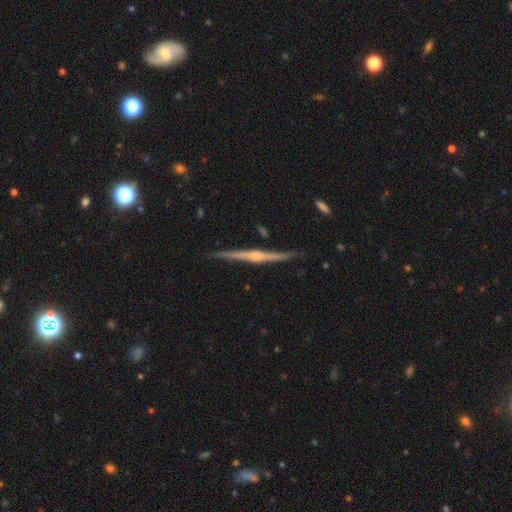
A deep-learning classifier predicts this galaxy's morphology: This appears to be a featured or disk galaxy (83%) viewed edge-on (98%) with a rounded central bulge (75%). Merging: none (87%).